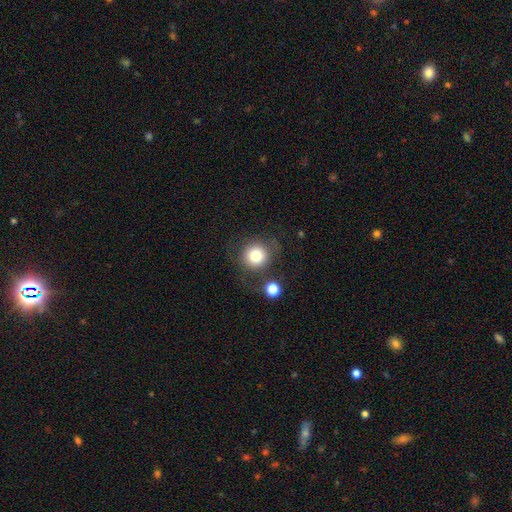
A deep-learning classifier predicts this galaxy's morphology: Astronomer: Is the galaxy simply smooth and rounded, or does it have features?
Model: smooth — 78%.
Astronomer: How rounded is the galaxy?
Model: round — 93%.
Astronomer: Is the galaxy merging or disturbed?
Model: none — 73%.